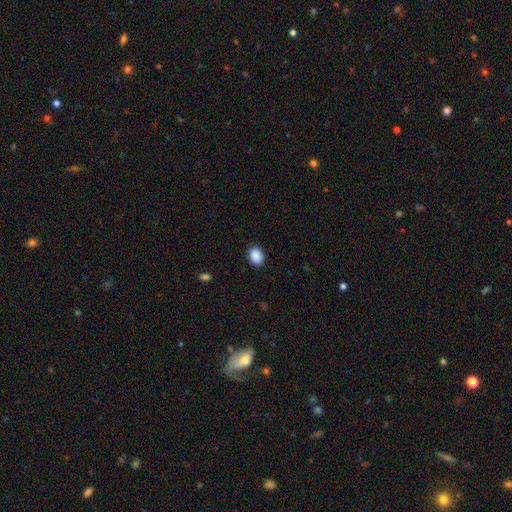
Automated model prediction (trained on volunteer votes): Smooth or featured? smooth (90%)
How rounded? in between (70%)
Merging? none (89%)